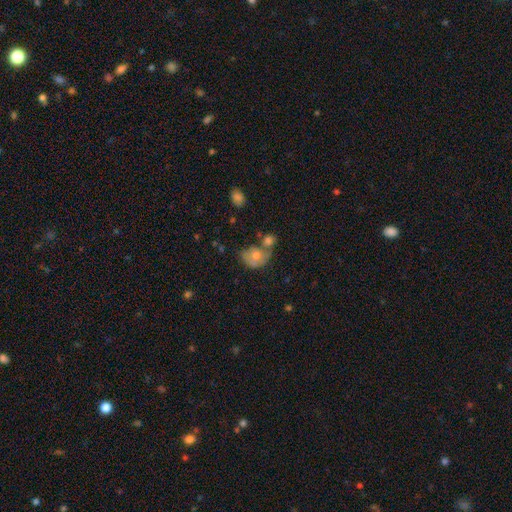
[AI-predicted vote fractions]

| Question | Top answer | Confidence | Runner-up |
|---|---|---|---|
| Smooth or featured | smooth | 56% | featured or disk (32%) |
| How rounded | round | 55% | in between (44%) |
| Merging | none | 37% | merger (35%) |